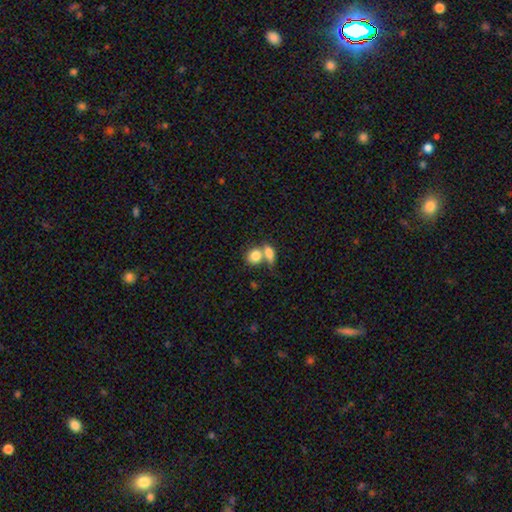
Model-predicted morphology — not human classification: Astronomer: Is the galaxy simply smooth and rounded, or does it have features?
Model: smooth — 82%.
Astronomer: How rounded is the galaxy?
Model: round — 53% (runner-up: in between, 44%).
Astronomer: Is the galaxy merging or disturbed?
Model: merger — 56% (runner-up: none, 32%).